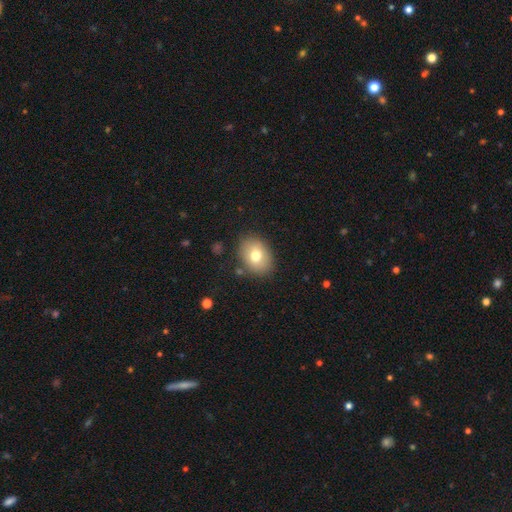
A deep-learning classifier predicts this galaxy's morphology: smooth 73%, featured or disk 17%, star or artifact 9%. Down the decision tree: how rounded — in between (64%); merging — none (83%).